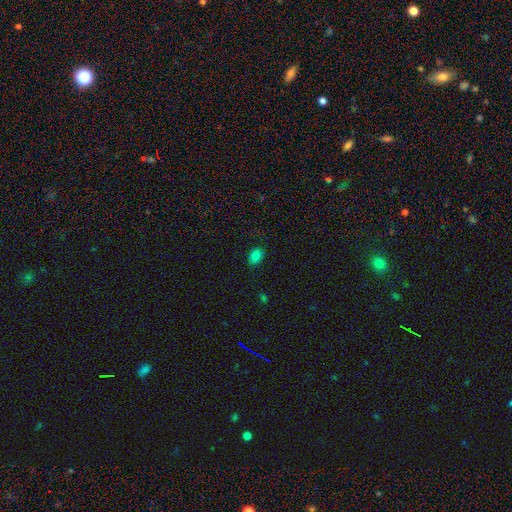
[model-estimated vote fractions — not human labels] The model was most divided on "how rounded": in between: 74%, round: 25%, cigar-shaped: 1%. More confident: merging — none (85%); smooth or featured — smooth (83%).